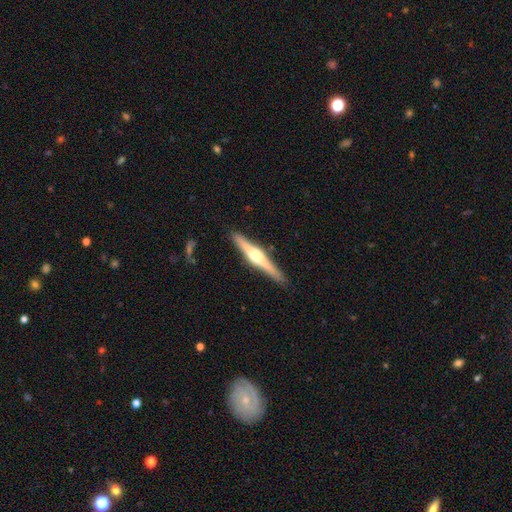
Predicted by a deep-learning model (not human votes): A featured or disk galaxy (74%) viewed edge-on (98%) with a rounded central bulge (87%).

Vote fractions:
- Smooth or featured? featured or disk: 74% / smooth: 21% / star or artifact: 5%
- Edge-on disk? yes: 98% / no: 2%
- Edge-on bulge? rounded: 87% / boxy: 9% / none: 3%
- Merging? none: 90% / minor disturbance: 8% / major disturbance: 2% / merger: 1%